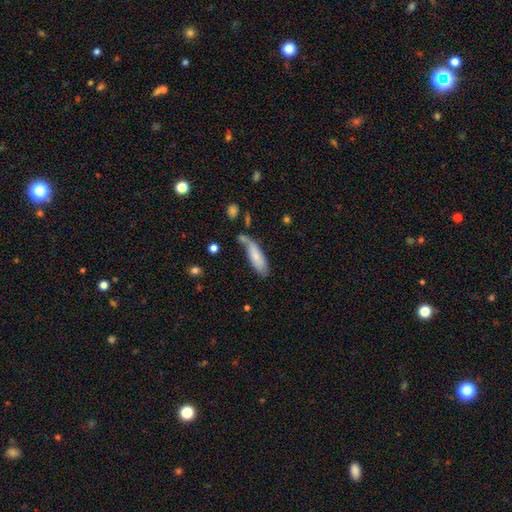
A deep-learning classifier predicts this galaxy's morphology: smooth 74%, featured or disk 20%, star or artifact 6%. Down the decision tree: how rounded — cigar-shaped (49%, tied with in between); merging — none (43%).